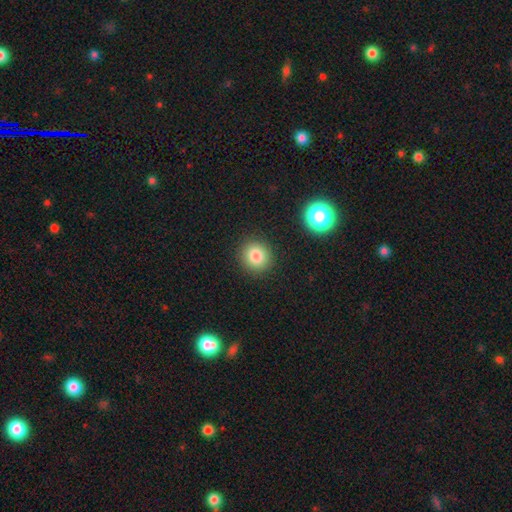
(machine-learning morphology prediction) Smooth or featured? smooth (82%)
How rounded? round (87%)
Merging? none (90%)